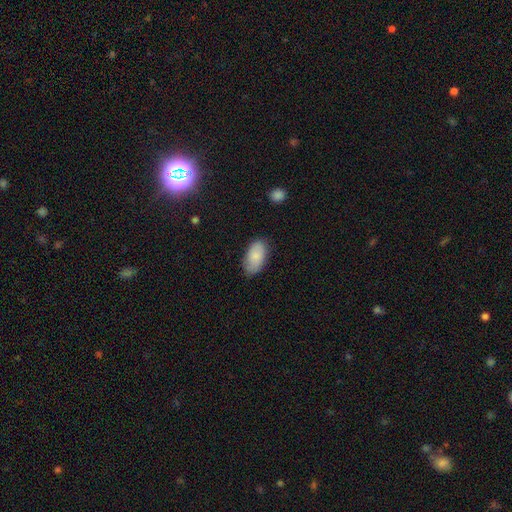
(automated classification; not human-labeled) The model was most divided on "merging": none: 79%, minor disturbance: 17%, major disturbance: 3%, merger: 1%. More confident: how rounded — in between (95%); smooth or featured — smooth (85%).